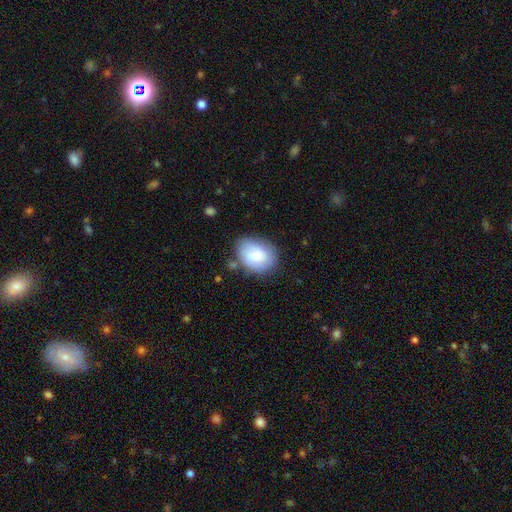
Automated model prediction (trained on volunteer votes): This appears to be a smooth galaxy with no disk features (71%) that is in between round and cigar-shaped (73%). Merging: none (67%).